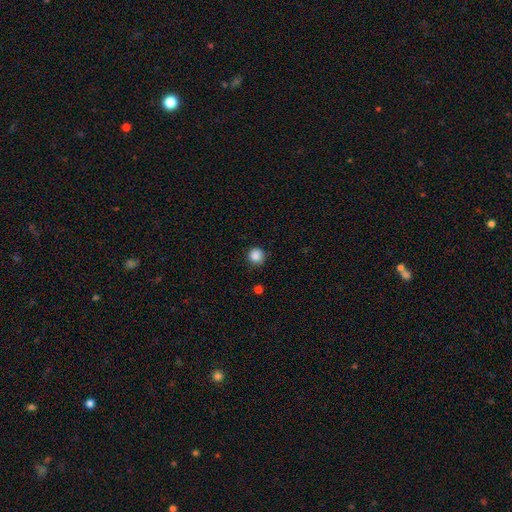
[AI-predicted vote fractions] Overall: smooth (87%). How rounded: round (94%). Merging: none (86%).